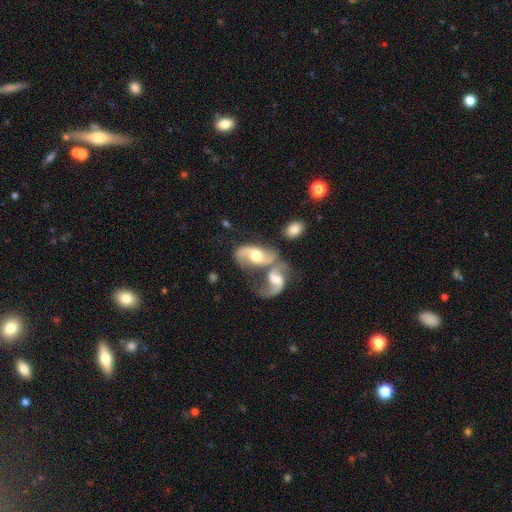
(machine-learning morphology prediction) Smooth or featured: featured or disk — 81% (smooth — 13%)
Edge-on disk: no — 96% (yes — 4%)
Bar: no — 47% (weak — 39%)
Spiral arms: yes — 93% (no — 7%)
Spiral winding: loose — 60% (medium — 33%)
Spiral arm count: 2 — 88% (1 — 5%)
Bulge size: moderate — 68% (large — 16%)
Merging: merger — 56% (none — 25%)